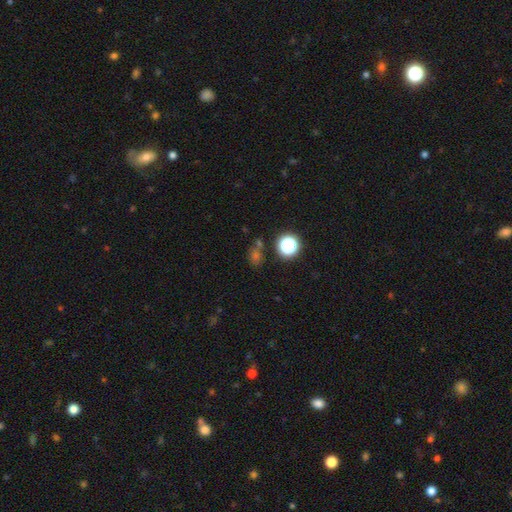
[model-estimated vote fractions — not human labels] This is possibly a star or artifact rather than a galaxy (49%).